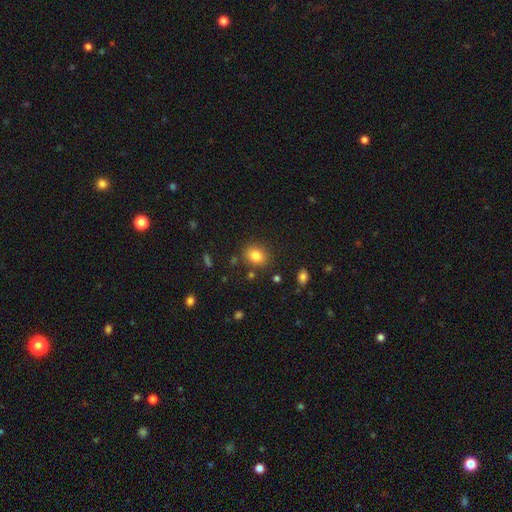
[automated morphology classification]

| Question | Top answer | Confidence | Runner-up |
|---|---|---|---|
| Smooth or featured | smooth | 82% | star or artifact (11%) |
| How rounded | round | 53% | in between (46%) |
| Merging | none | 84% | minor disturbance (10%) |